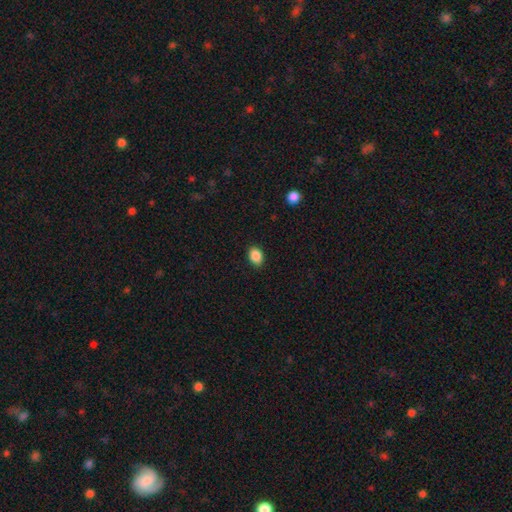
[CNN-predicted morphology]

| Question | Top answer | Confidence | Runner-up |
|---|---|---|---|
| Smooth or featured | smooth | 88% | star or artifact (9%) |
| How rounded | in between | 74% | round (25%) |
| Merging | none | 87% | minor disturbance (10%) |